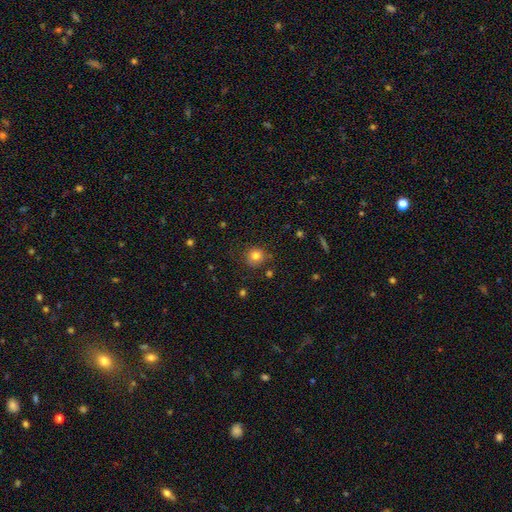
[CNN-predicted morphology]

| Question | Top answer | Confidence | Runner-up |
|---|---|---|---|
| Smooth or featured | smooth | 80% | star or artifact (12%) |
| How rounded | round | 91% | in between (8%) |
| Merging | none | 83% | minor disturbance (11%) |